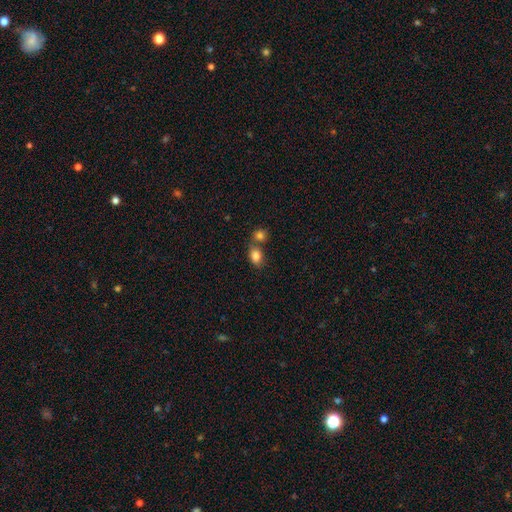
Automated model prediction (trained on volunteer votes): A smooth galaxy with no disk features (84%) that is in between round and cigar-shaped (67%).

Vote fractions:
- Smooth or featured? smooth: 84% / star or artifact: 9% / featured or disk: 7%
- How rounded? in between: 67% / round: 32% / cigar-shaped: 1%
- Merging? none: 50% / merger: 36% / minor disturbance: 11% / major disturbance: 3%